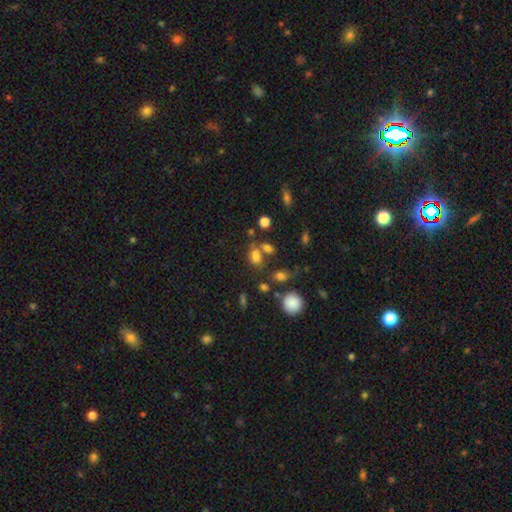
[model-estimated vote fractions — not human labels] Smooth or featured? smooth (75%)
How rounded? in between (76%)
Merging? none (48%)